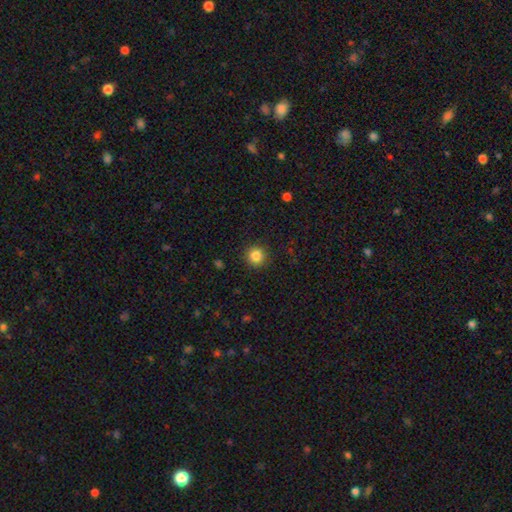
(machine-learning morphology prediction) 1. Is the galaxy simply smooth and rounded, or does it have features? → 84% smooth, 11% star or artifact, 5% featured or disk.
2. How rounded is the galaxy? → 94% round, 5% in between, 1% cigar-shaped.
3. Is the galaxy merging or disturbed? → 91% none, 6% minor disturbance, 2% major disturbance, 1% merger.